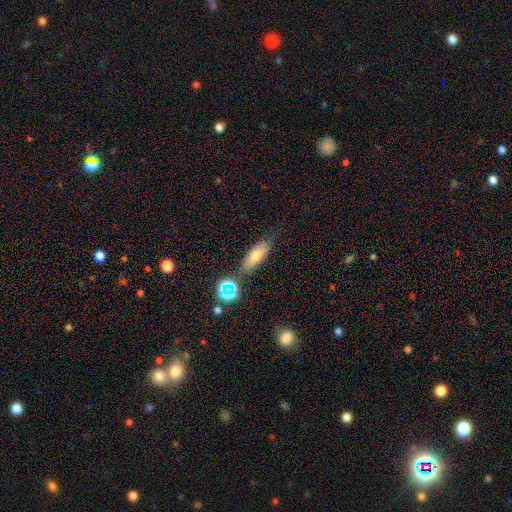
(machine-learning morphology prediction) A smooth galaxy with no disk features (68%) that is in between round and cigar-shaped (68%). Merging: none (74%).